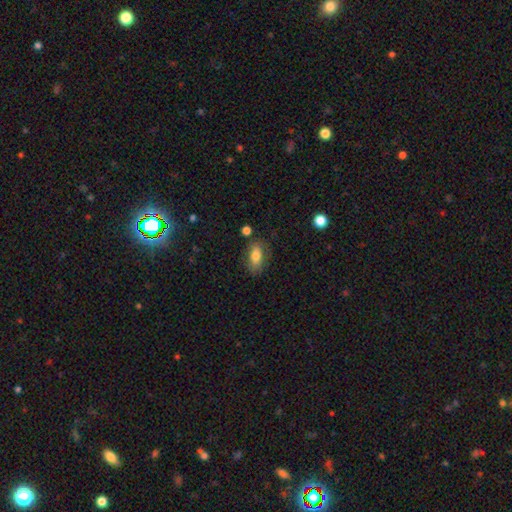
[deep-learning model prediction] This appears to be a smooth galaxy with no disk features (73%) that is in between round and cigar-shaped (88%). Merging: none (69%).